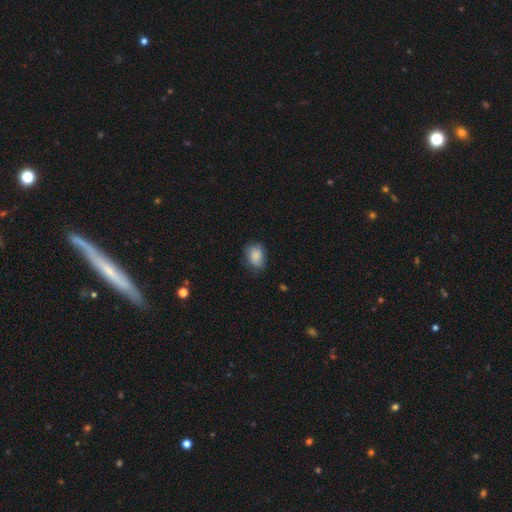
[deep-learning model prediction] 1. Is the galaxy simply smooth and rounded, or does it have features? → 84% smooth, 8% featured or disk, 8% star or artifact.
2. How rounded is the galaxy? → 69% in between, 30% round, 1% cigar-shaped.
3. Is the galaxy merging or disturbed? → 66% none, 26% minor disturbance, 6% major disturbance, 1% merger.